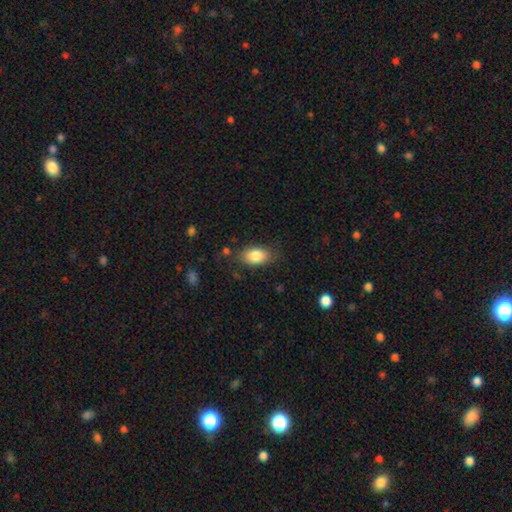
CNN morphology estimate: smooth 84%, featured or disk 9%, star or artifact 7%. Down the decision tree: how rounded — in between (88%); merging — none (78%).